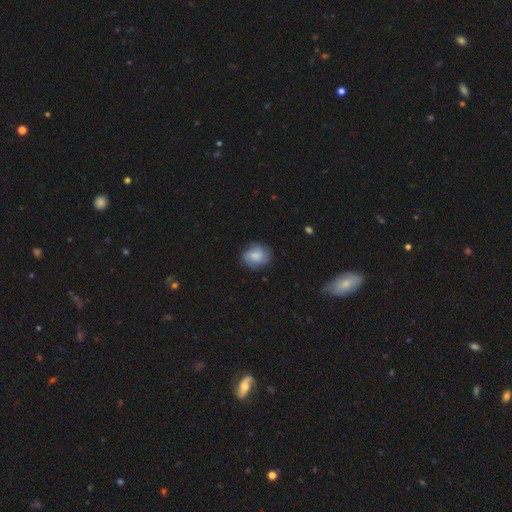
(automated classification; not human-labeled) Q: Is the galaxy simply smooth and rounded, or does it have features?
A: smooth — 60%.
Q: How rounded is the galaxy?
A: round — 59%.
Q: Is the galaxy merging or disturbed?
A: none — 75%.